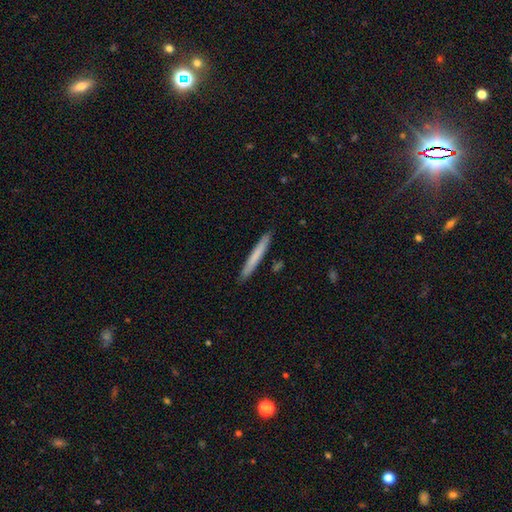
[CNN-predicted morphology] The model was most divided on "smooth or featured": smooth: 69%, featured or disk: 25%, star or artifact: 5%. More confident: how rounded — cigar-shaped (97%); merging — none (90%).